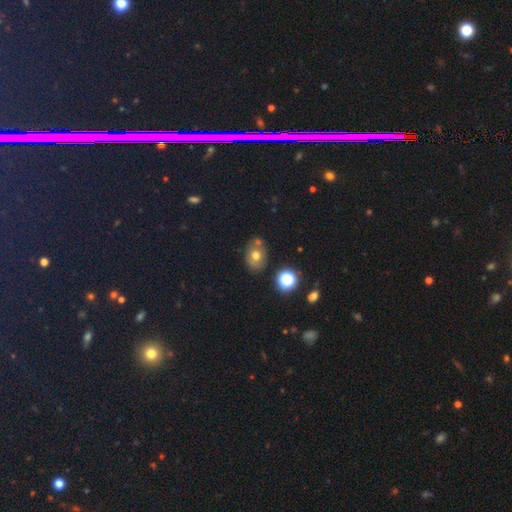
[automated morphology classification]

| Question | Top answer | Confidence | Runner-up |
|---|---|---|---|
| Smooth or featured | smooth | 61% | featured or disk (22%) |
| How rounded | in between | 59% | round (40%) |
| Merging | none | 65% | minor disturbance (15%) |